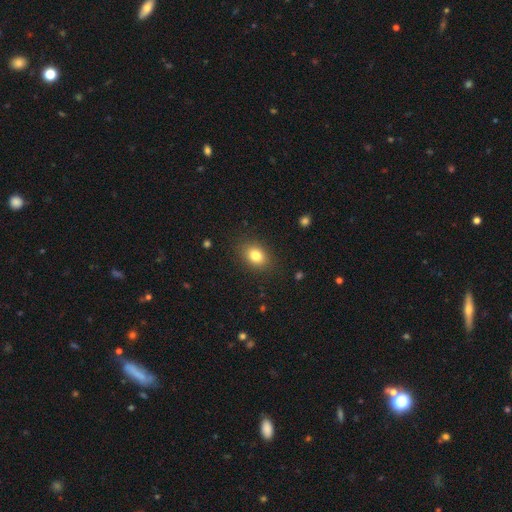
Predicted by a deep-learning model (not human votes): smooth 81%, star or artifact 10%, featured or disk 9%. Down the decision tree: how rounded — in between (67%); merging — none (86%).